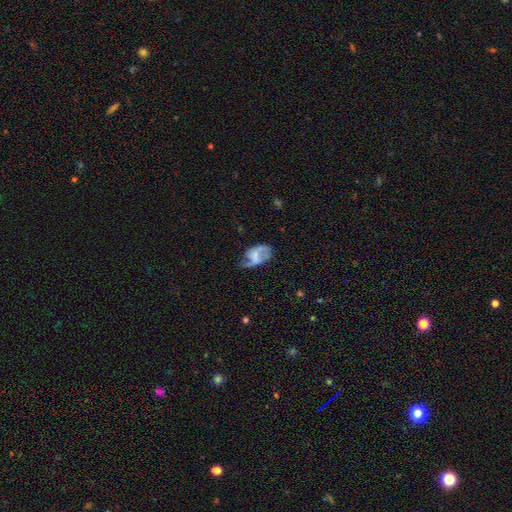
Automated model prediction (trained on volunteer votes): This is possibly a featured or disk galaxy (59%). It is clearly not viewed edge-on (96%). Bar: marginally no (42%, tied with weak). Spiral arm pattern: likely yes (74%). Central bulge: marginally none (40%). Merging: marginally none (43%).